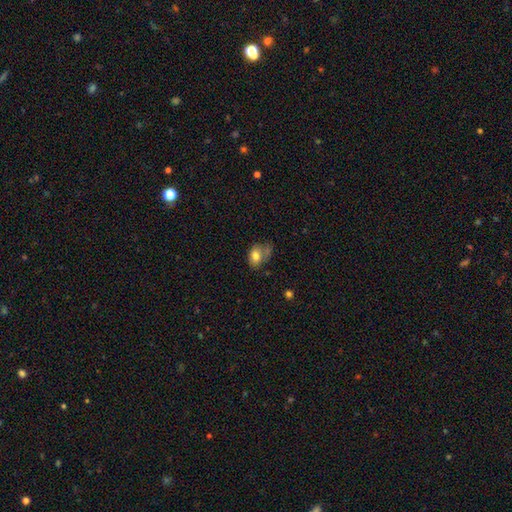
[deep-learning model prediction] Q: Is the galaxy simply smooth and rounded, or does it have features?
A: smooth — 75%.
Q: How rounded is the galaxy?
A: in between — 79%.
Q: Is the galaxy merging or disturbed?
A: none — 33%.